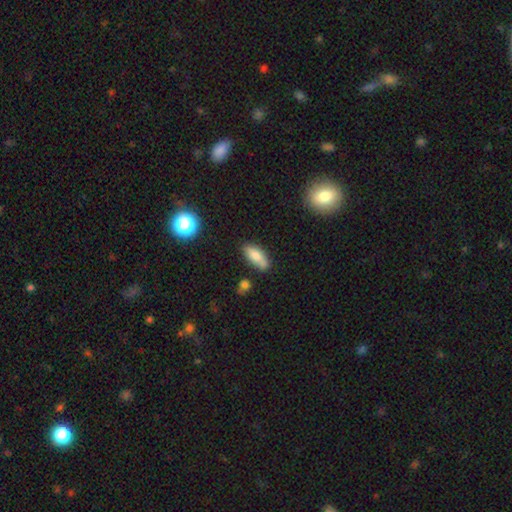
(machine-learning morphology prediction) A smooth galaxy with no disk features (78%) that is in between round and cigar-shaped (75%). Merging: none (69%).